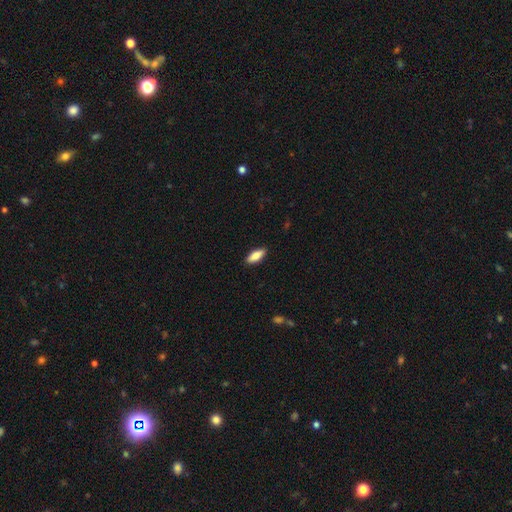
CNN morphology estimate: This is clearly a smooth galaxy (82%). How rounded: likely in between (71%). Merging: clearly none (89%).